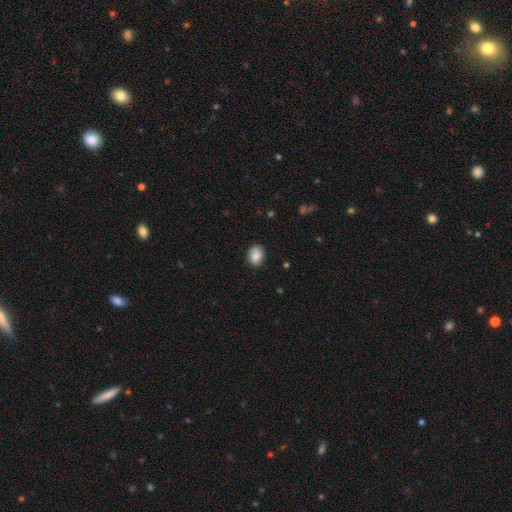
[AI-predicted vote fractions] smooth_or_featured: smooth (p=0.79) [alt: featured or disk p=0.13]
how_rounded: in between (p=0.60) [alt: round p=0.39]
merging: none (p=0.79) [alt: minor disturbance p=0.16]